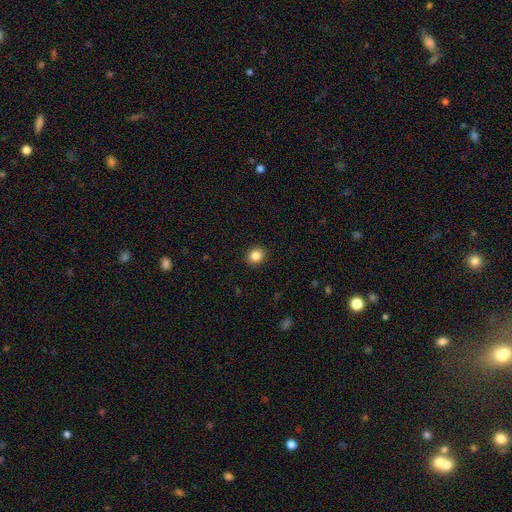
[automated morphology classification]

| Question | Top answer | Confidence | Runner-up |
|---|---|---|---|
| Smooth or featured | smooth | 86% | star or artifact (10%) |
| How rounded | round | 74% | in between (25%) |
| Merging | none | 91% | minor disturbance (6%) |